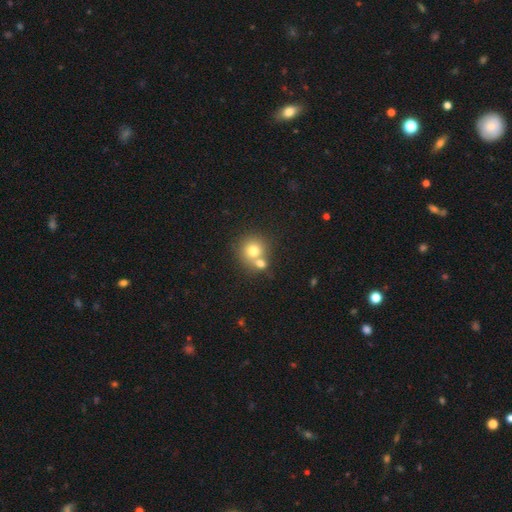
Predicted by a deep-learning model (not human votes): Smooth or featured?
  - smooth: 71% *
  - star or artifact: 15%
  - featured or disk: 14%
How rounded?
  - round: 89% *
  - in between: 10%
  - cigar-shaped: 1%
Merging?
  - none: 54% *
  - merger: 36%
  - minor disturbance: 7%
  - major disturbance: 3%